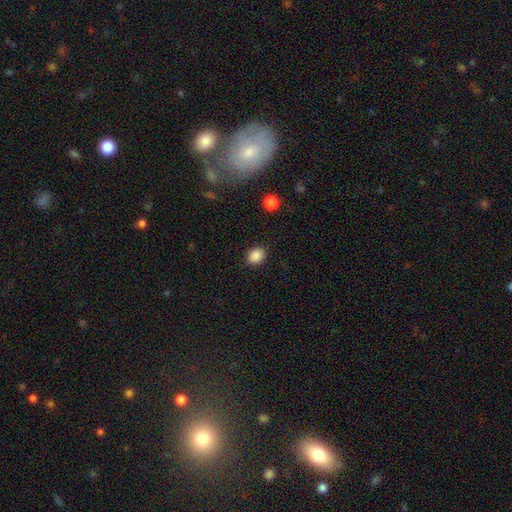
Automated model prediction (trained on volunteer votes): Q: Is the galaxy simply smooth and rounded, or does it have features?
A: smooth — 88%.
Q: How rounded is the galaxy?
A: in between — 56%.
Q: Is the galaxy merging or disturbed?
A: none — 88%.